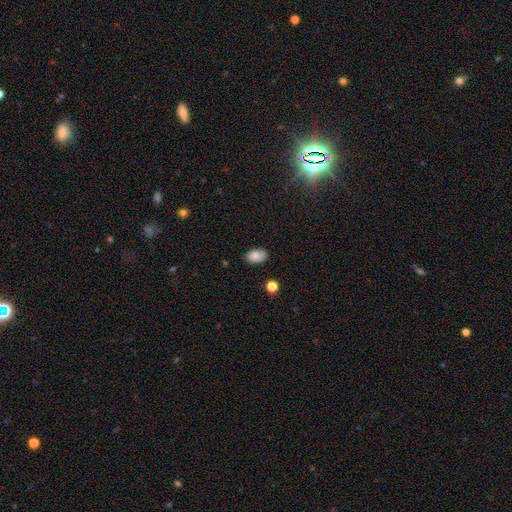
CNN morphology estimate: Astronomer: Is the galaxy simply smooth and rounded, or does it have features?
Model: smooth — 84%.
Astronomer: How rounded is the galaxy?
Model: in between — 90%.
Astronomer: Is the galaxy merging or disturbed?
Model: none — 80%.